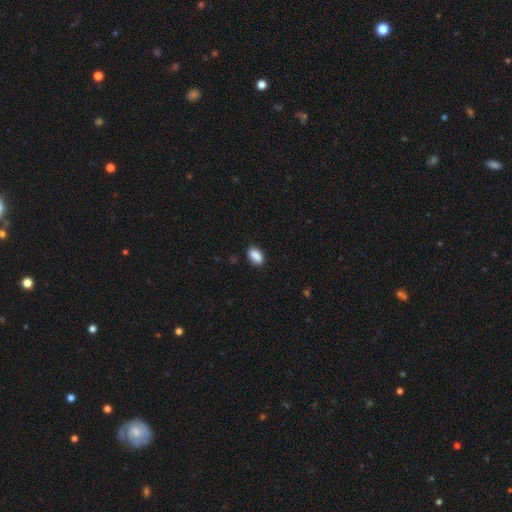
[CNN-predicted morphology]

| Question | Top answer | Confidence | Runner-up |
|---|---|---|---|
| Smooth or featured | smooth | 88% | star or artifact (8%) |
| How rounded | in between | 90% | round (7%) |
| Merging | none | 82% | minor disturbance (14%) |